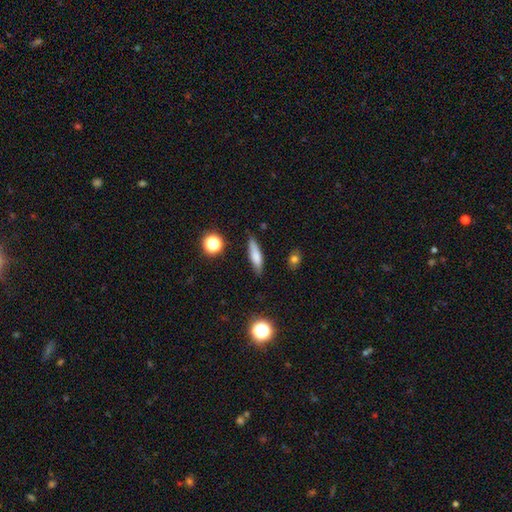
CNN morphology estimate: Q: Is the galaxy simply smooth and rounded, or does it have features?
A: smooth — 72%.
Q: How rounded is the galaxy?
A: cigar-shaped — 72%.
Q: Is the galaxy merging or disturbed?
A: none — 82%.